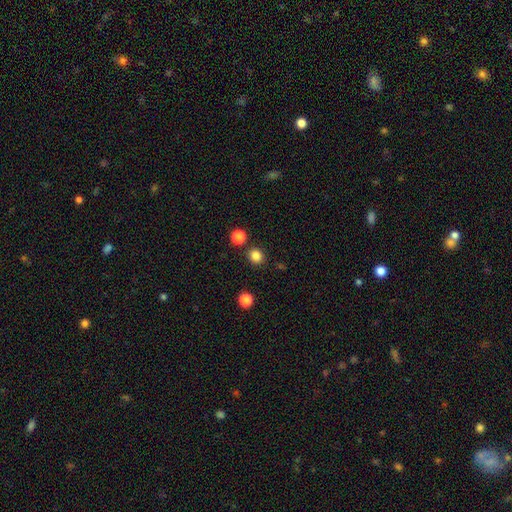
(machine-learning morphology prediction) Smooth or featured? Predicted: smooth (p=0.83). How rounded? Predicted: round (p=0.82). Merging? Predicted: none (p=0.86).